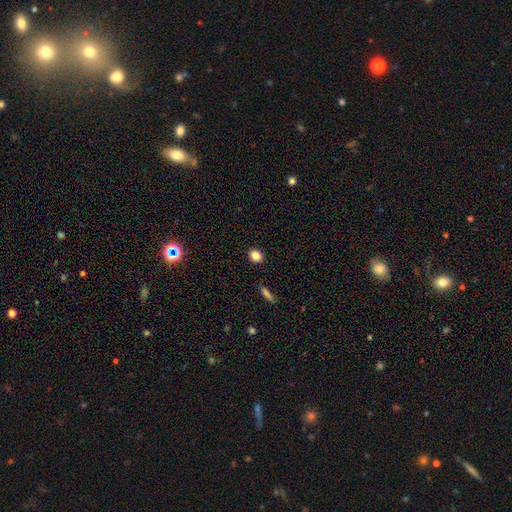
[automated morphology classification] The model was most divided on "how rounded": round: 62%, in between: 37%, cigar-shaped: 2%. More confident: merging — none (90%); smooth or featured — smooth (83%).